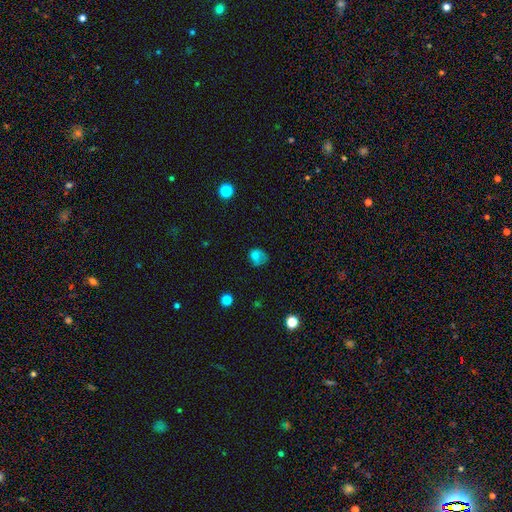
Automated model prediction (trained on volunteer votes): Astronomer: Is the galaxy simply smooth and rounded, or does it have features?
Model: smooth — 74%.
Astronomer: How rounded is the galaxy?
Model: round — 60% (runner-up: in between, 39%).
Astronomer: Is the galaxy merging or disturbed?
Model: none — 42% (runner-up: minor disturbance, 31%).